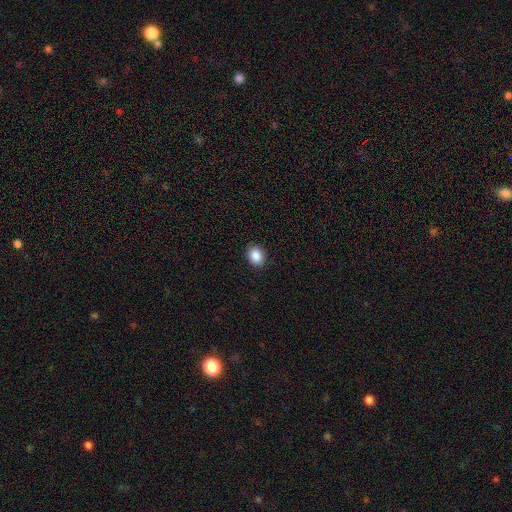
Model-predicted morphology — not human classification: A smooth galaxy with no disk features (88%) that is in between round and cigar-shaped (56%). Merging: none (90%).